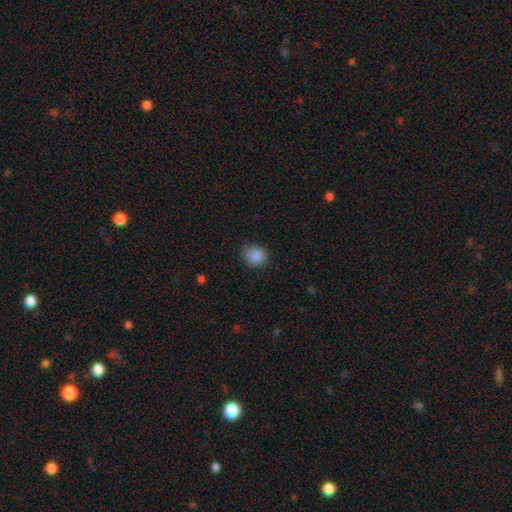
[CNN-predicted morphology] smooth_or_featured: smooth (p=0.88) [alt: star or artifact p=0.09]
how_rounded: round (p=0.76) [alt: in between p=0.23]
merging: none (p=0.82) [alt: minor disturbance p=0.13]